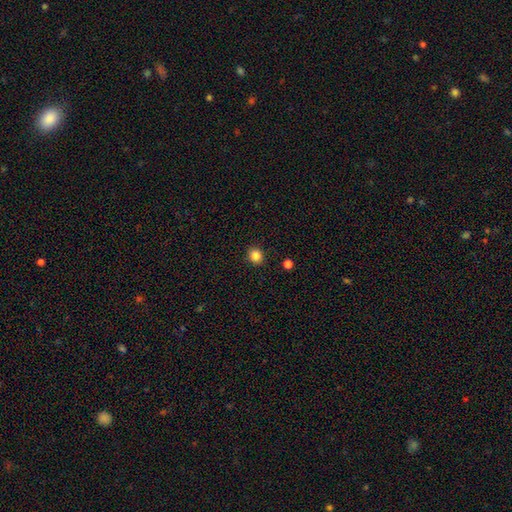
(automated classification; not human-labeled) The model was most divided on "how rounded": round: 82%, in between: 17%, cigar-shaped: 1%. More confident: merging — none (91%); smooth or featured — smooth (84%).